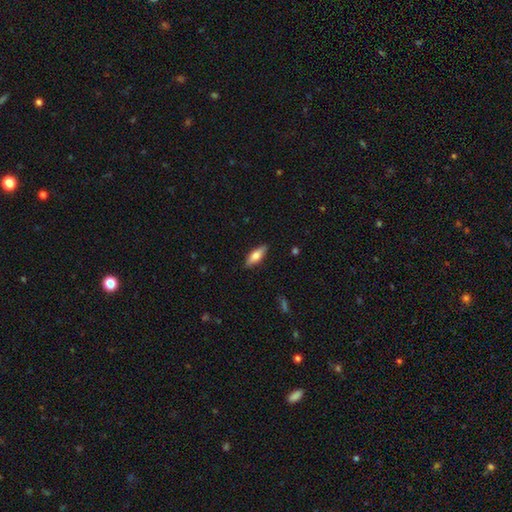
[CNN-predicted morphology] Q: Smooth or featured?
A: smooth (67%); runner-up: featured or disk (27%)
Q: How rounded?
A: in between (61%); runner-up: cigar-shaped (37%)
Q: Merging?
A: none (87%); runner-up: minor disturbance (10%)